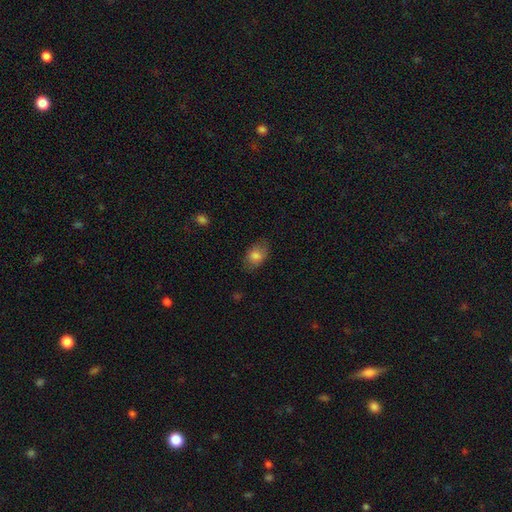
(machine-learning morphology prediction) Smooth or featured: smooth — 81% (featured or disk — 11%)
How rounded: in between — 85% (round — 14%)
Merging: none — 77% (minor disturbance — 18%)